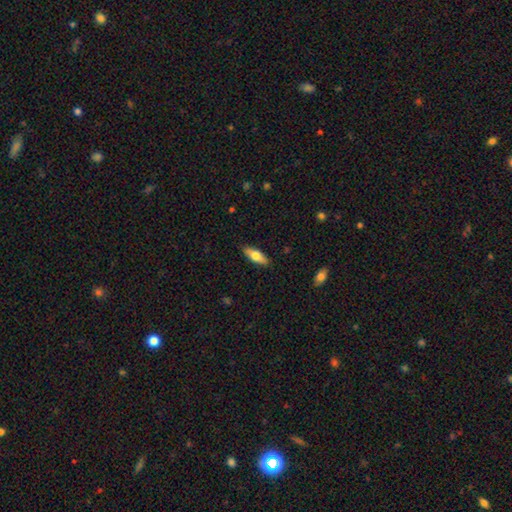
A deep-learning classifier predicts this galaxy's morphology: A smooth galaxy with no disk features (67%) that is in between round and cigar-shaped (67%).

Vote fractions:
- Smooth or featured? smooth: 67% / featured or disk: 28% / star or artifact: 6%
- How rounded? in between: 67% / cigar-shaped: 31% / round: 2%
- Merging? none: 88% / minor disturbance: 9% / major disturbance: 2% / merger: 1%